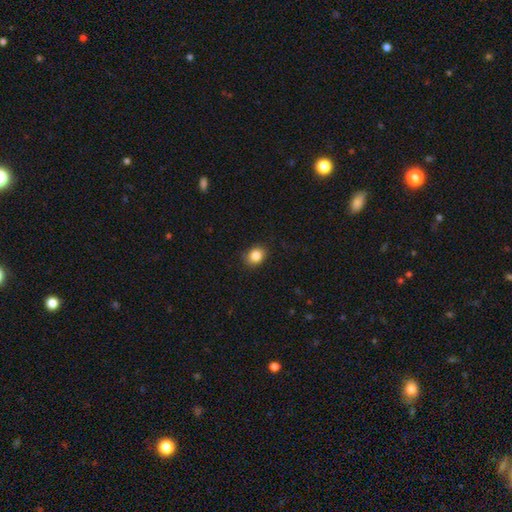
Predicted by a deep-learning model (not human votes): smooth_or_featured: smooth (p=0.86) [alt: star or artifact p=0.09]
how_rounded: round (p=0.55) [alt: in between p=0.44]
merging: none (p=0.87) [alt: minor disturbance p=0.09]